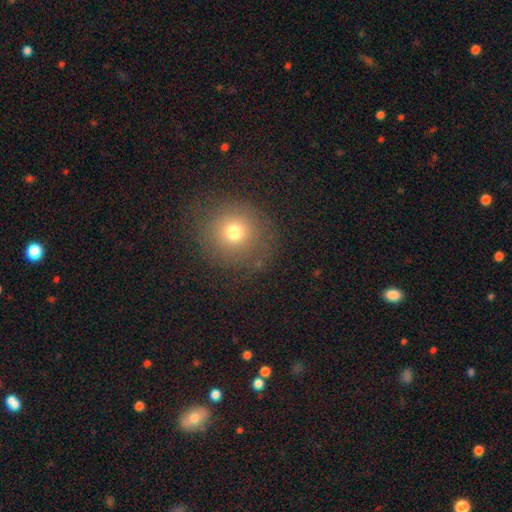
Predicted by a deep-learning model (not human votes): smooth 64%, star or artifact 24%, featured or disk 12%. Down the decision tree: how rounded — round (90%); merging — none (85%).